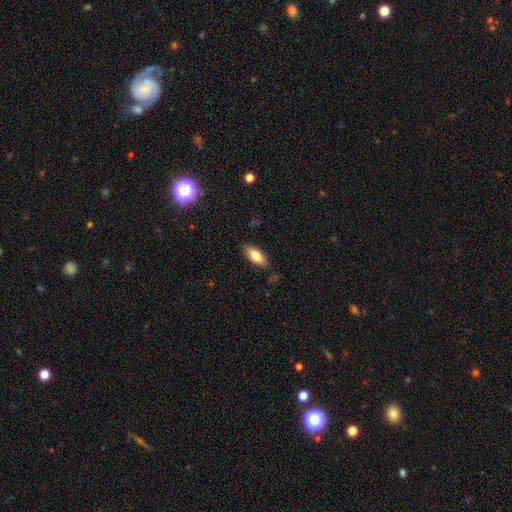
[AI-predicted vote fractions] A smooth galaxy with no disk features (79%) that is in between round and cigar-shaped (87%). Merging: none (84%).